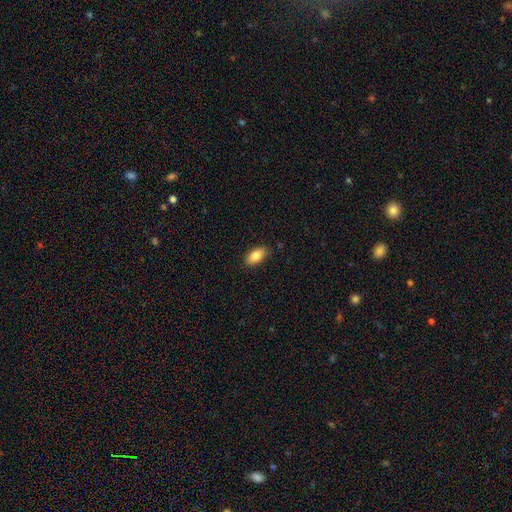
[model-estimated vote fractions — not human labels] Q: Smooth or featured?
A: smooth (83%); runner-up: featured or disk (10%)
Q: How rounded?
A: in between (91%); runner-up: cigar-shaped (6%)
Q: Merging?
A: none (86%); runner-up: minor disturbance (11%)